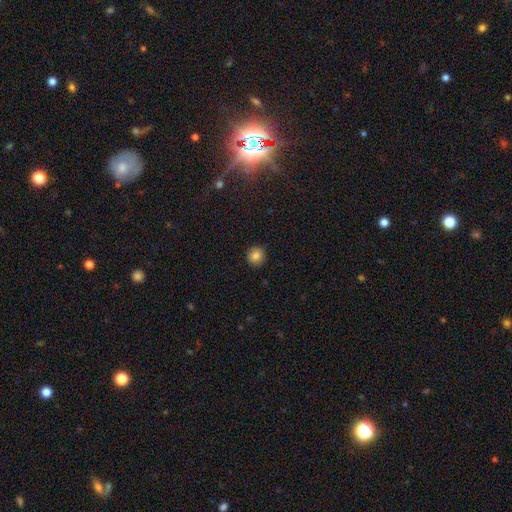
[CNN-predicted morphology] This appears to be a smooth galaxy with no disk features (84%) that is round (92%). Merging: none (91%).